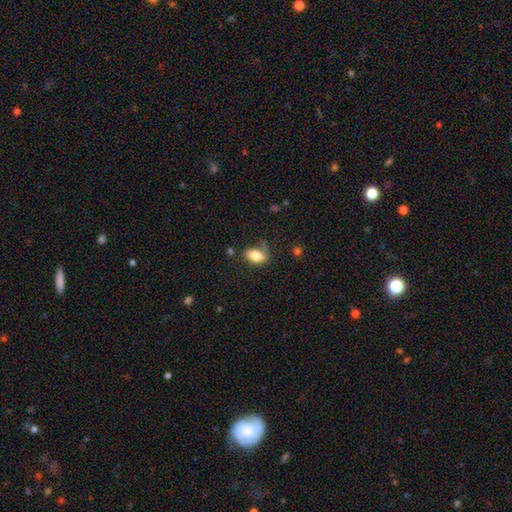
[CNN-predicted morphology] A smooth galaxy with no disk features (79%) that is in between round and cigar-shaped (89%). Merging: none (57%).